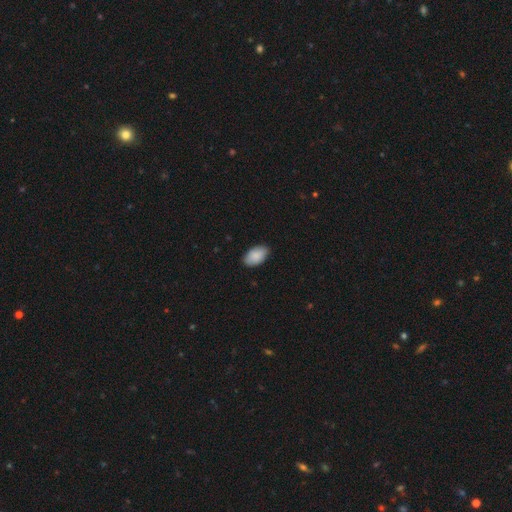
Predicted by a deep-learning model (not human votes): Smooth or featured: smooth — 89% (star or artifact — 6%)
How rounded: in between — 95% (round — 4%)
Merging: none — 86% (minor disturbance — 11%)